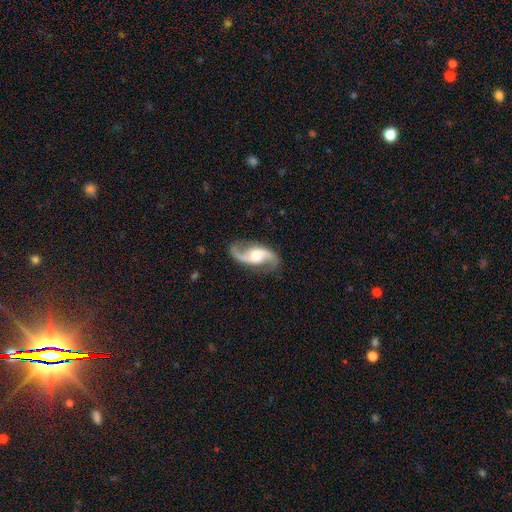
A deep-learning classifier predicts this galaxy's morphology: Smooth or featured? Predicted: featured or disk (p=0.91). Edge-on disk? Predicted: no (p=0.97). Bar? Predicted: no (p=0.49). Spiral arms? Predicted: yes (p=0.98). Spiral winding? Predicted: loose (p=0.57). Spiral arm count? Predicted: 2 (p=0.94). Bulge size? Predicted: moderate (p=0.53). Merging? Predicted: none (p=0.83).